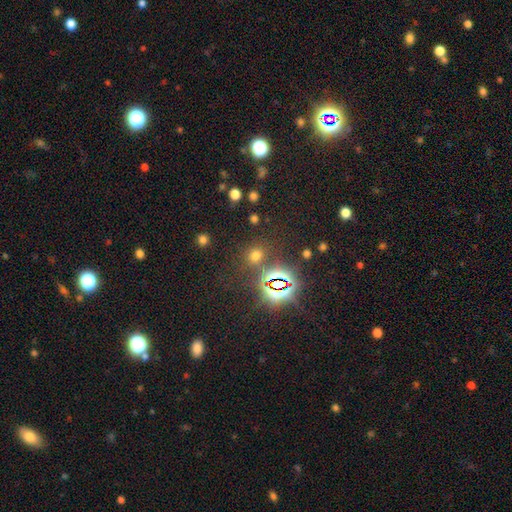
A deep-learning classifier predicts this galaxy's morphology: Smooth or featured? Predicted: smooth (p=0.53). How rounded? Predicted: round (p=0.71). Merging? Predicted: none (p=0.77).